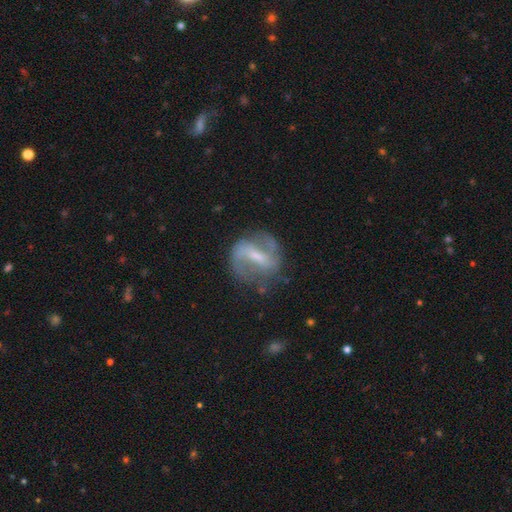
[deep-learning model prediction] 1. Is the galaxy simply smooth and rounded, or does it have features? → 79% featured or disk, 14% smooth, 7% star or artifact.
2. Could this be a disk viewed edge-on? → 96% no, 4% yes.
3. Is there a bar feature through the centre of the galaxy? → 45% strong, 42% weak, 13% no.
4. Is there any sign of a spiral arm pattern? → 87% yes, 13% no.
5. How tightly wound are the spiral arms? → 45% medium, 38% loose, 17% tight.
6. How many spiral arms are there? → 83% 2, 8% can't tell, 4% 1, 2% 3, 1% 4, 1% more than 4.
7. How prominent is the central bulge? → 49% small, 33% moderate, 14% none, 3% large, 1% dominant.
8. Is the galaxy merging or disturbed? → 68% none, 19% minor disturbance, 11% major disturbance, 2% merger.